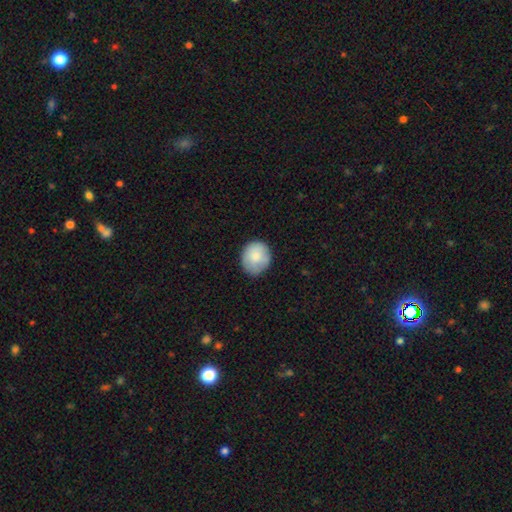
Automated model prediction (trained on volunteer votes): This is clearly a smooth galaxy (83%). How rounded: likely round (70%). Merging: likely none (79%).